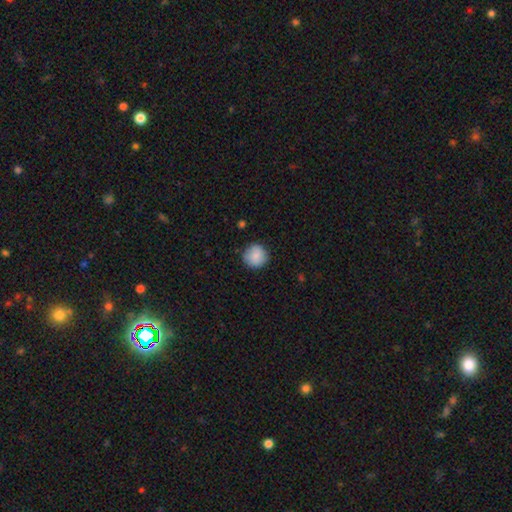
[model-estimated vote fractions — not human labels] A smooth galaxy with no disk features (86%) that is round (93%).

Vote fractions:
- Smooth or featured? smooth: 86% / star or artifact: 7% / featured or disk: 6%
- How rounded? round: 93% / in between: 6% / cigar-shaped: 1%
- Merging? none: 86% / minor disturbance: 11% / major disturbance: 2% / merger: 1%